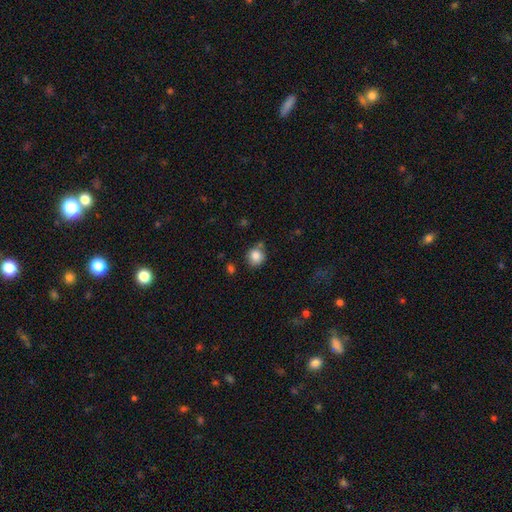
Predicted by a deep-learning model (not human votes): Smooth or featured? smooth (85%)
How rounded? round (86%)
Merging? none (72%)